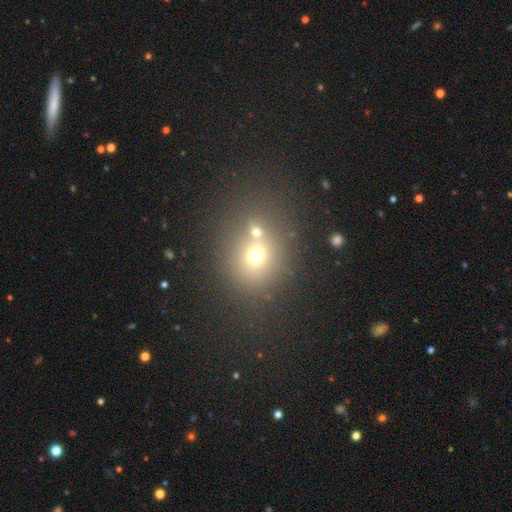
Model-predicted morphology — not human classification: Smooth or featured? smooth (64%)
How rounded? round (80%)
Merging? none (59%)